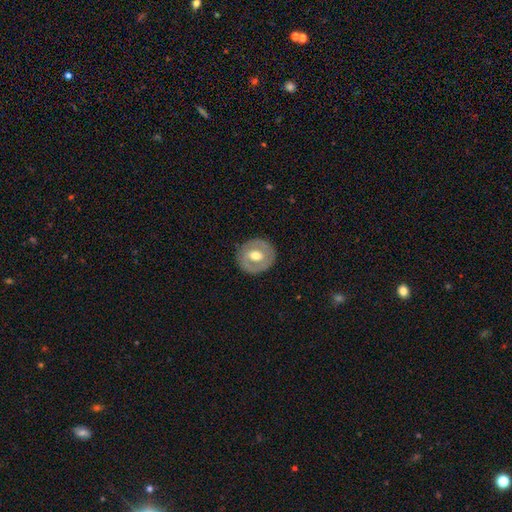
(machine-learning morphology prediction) Smooth or featured: featured or disk — 56% (smooth — 38%)
Edge-on disk: no — 95% (yes — 5%)
Bar: weak — 42% (no — 38%)
Spiral arms: no — 67% (yes — 33%)
Bulge size: moderate — 75% (large — 14%)
Merging: none — 86% (minor disturbance — 10%)